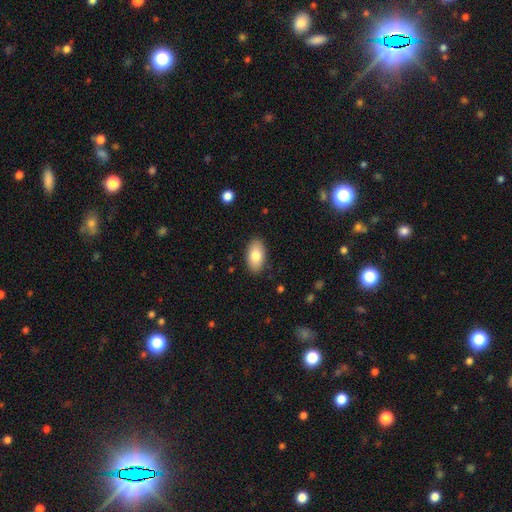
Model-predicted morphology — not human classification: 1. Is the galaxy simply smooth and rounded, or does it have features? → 80% smooth, 14% featured or disk, 7% star or artifact.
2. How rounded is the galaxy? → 94% in between, 4% round, 2% cigar-shaped.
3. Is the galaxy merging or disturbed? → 87% none, 9% minor disturbance, 2% major disturbance, 1% merger.